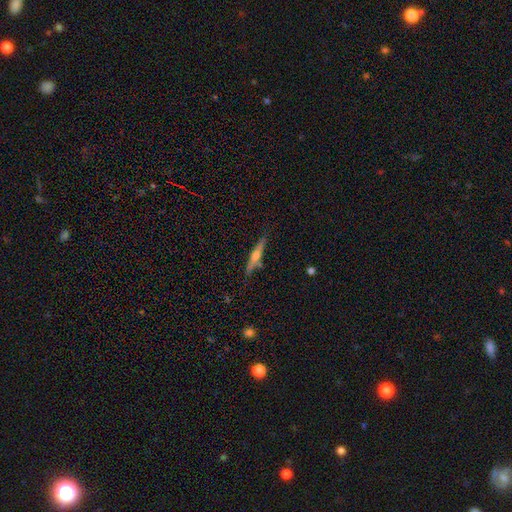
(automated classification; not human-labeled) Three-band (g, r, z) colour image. It shows a featured or disk galaxy (65%) viewed edge-on (97%) with a rounded central bulge (90%). Merging: none (84%).